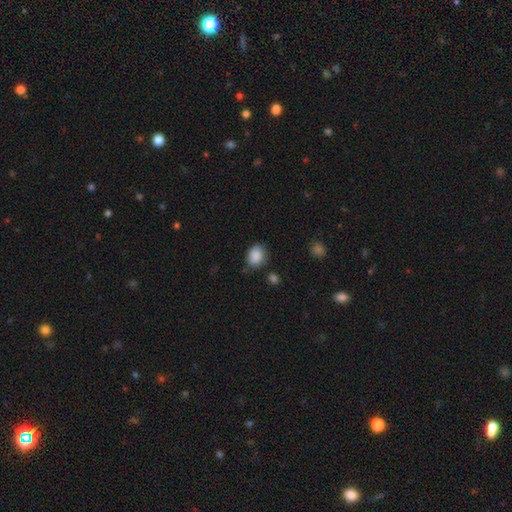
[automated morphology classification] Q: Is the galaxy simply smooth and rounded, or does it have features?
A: smooth — 88%.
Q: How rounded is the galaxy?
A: in between — 59%.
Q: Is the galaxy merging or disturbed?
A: none — 74%.